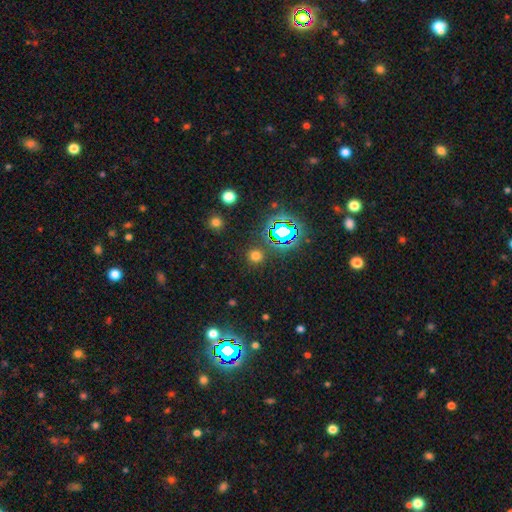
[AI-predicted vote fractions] The model was most divided on "smooth or featured": smooth: 63%, star or artifact: 31%, featured or disk: 6%. More confident: how rounded — round (92%); merging — none (88%).